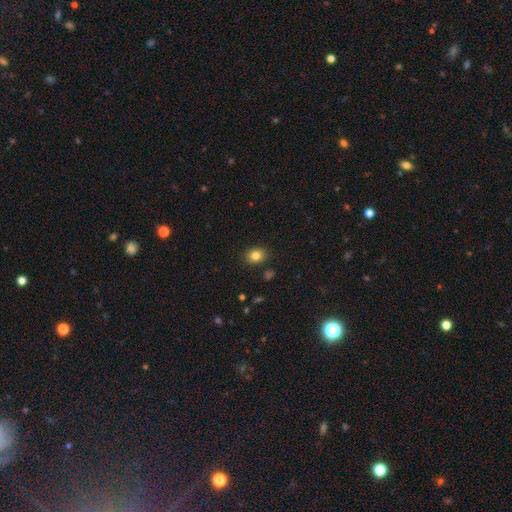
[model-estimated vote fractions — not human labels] Smooth or featured? Predicted: smooth (p=0.83). How rounded? Predicted: round (p=0.54). Merging? Predicted: none (p=0.88).